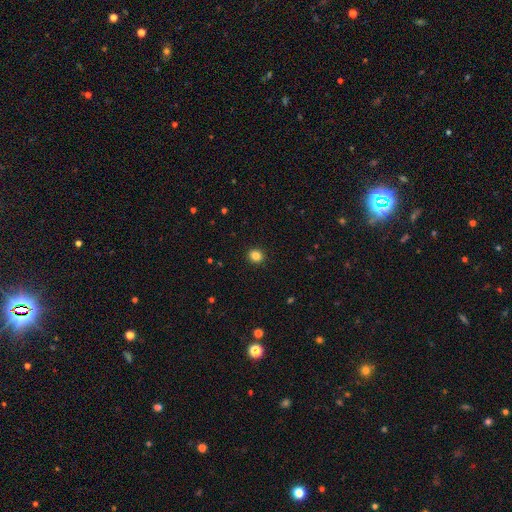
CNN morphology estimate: Smooth or featured? Predicted: smooth (p=0.84). How rounded? Predicted: round (p=0.88). Merging? Predicted: none (p=0.93).